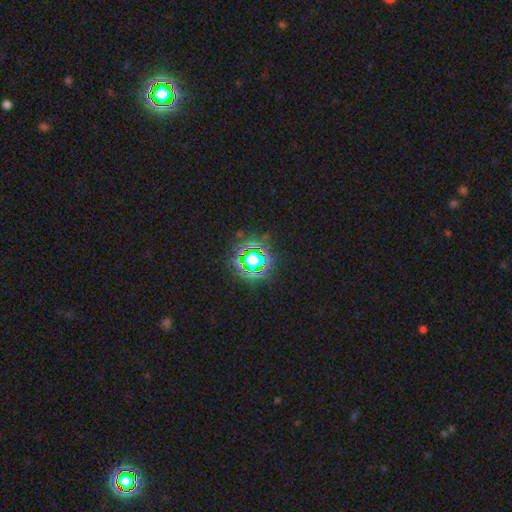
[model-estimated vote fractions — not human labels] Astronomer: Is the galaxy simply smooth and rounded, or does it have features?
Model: star or artifact — 64%.